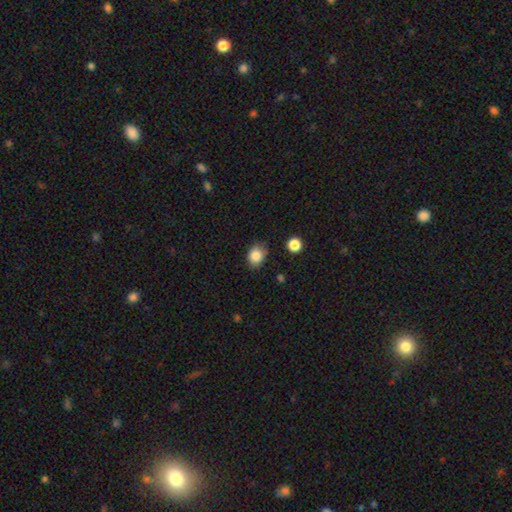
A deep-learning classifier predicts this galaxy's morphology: This appears to be a smooth galaxy with no disk features (85%) that is in between round and cigar-shaped (51%). Merging: none (75%).